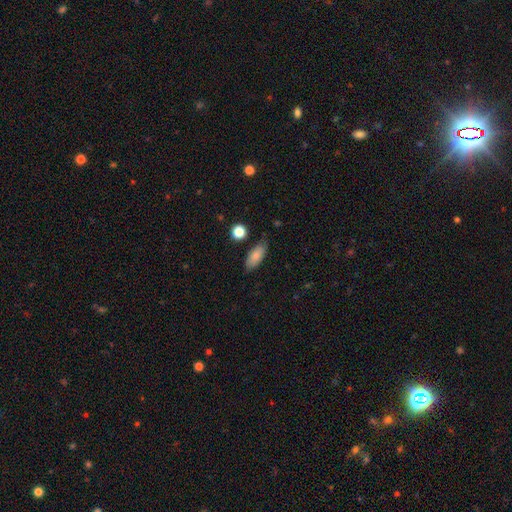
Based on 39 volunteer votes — smooth 79%, featured or disk 10%, star or artifact 10%. Down the decision tree: how rounded — in between (84%); merging — none (66%).